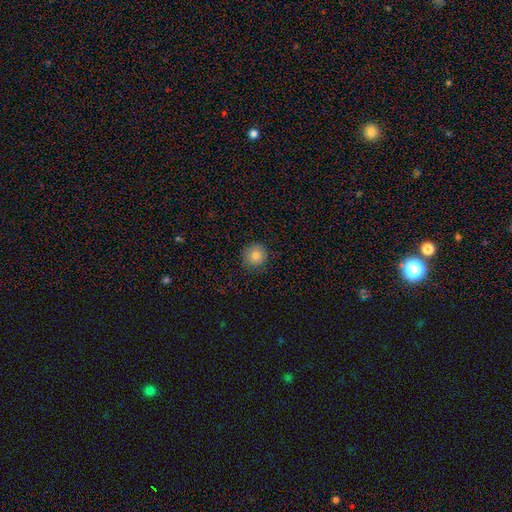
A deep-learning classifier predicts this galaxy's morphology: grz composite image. It shows a smooth galaxy with no disk features (80%) that is round (93%). Merging: none (84%).